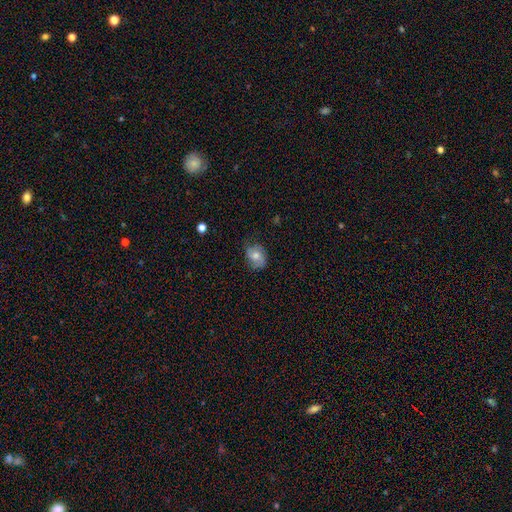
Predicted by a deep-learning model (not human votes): smooth 47%, featured or disk 44%, star or artifact 9%. Down the decision tree: merging — none (68%).